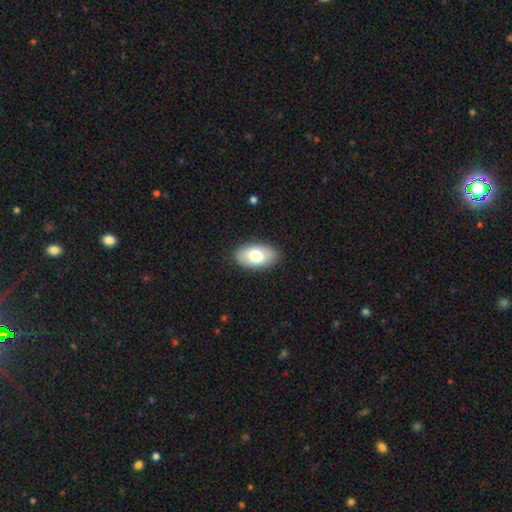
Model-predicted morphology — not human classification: Smooth or featured? Predicted: smooth (p=0.74). How rounded? Predicted: in between (p=0.94). Merging? Predicted: none (p=0.88).